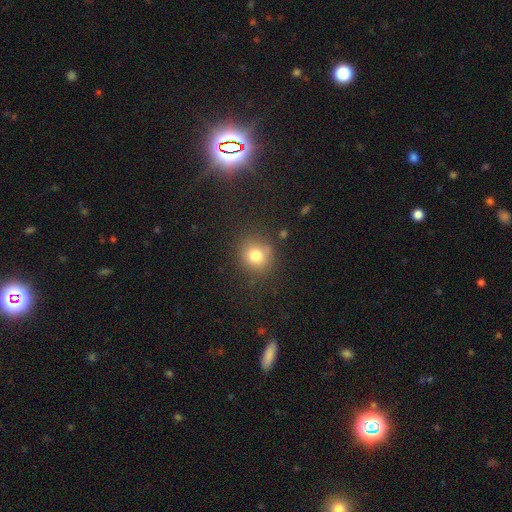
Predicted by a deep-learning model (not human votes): A smooth galaxy with no disk features (78%) that is round (85%). Merging: none (79%).